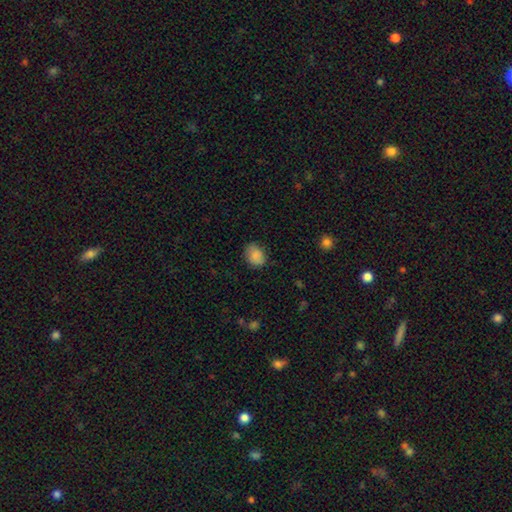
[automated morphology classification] Smooth or featured: smooth — 86% (star or artifact — 8%)
How rounded: in between — 60% (round — 39%)
Merging: none — 75% (minor disturbance — 19%)